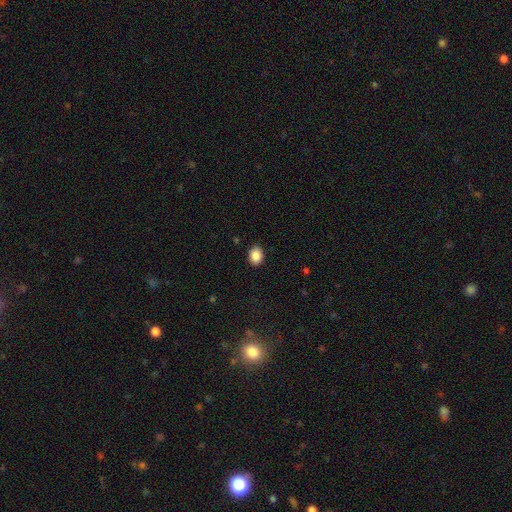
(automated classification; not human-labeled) Smooth or featured? Predicted: smooth (p=0.88). How rounded? Predicted: in between (p=0.61). Merging? Predicted: none (p=0.88).